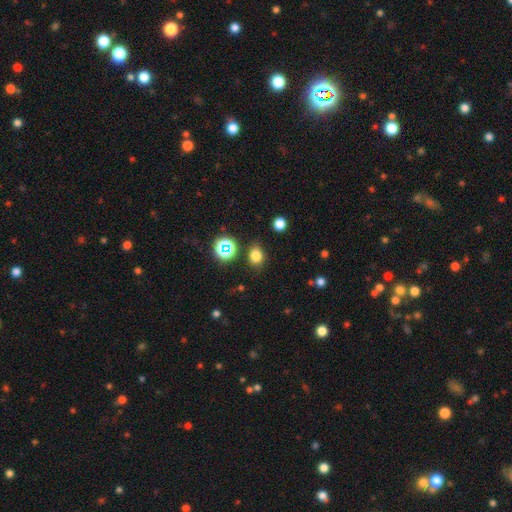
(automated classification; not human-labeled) The model was most divided on "how rounded": in between: 51%, round: 48%, cigar-shaped: 1%. More confident: merging — none (80%); smooth or featured — smooth (77%).